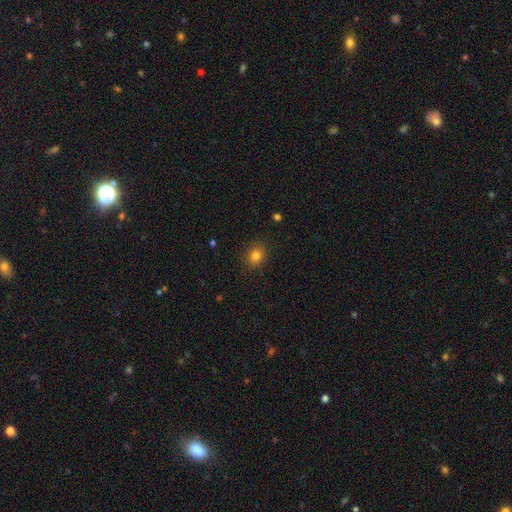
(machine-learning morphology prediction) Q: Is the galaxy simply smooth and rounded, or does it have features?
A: smooth — 81%.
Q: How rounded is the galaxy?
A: round — 67%.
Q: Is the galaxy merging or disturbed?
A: none — 88%.